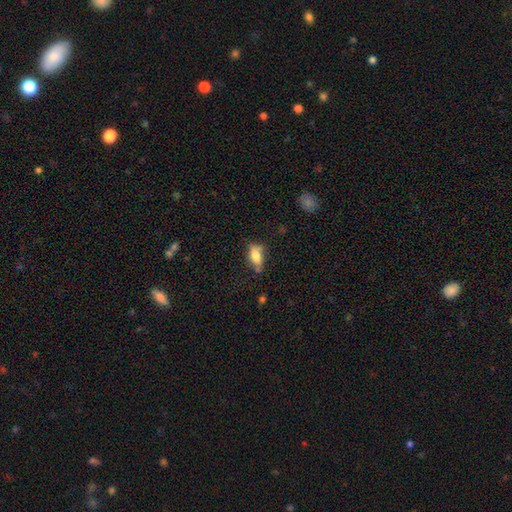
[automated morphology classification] The model was most divided on "merging": none: 56%, minor disturbance: 27%, major disturbance: 10%, merger: 7%. More confident: how rounded — in between (78%); smooth or featured — smooth (66%).